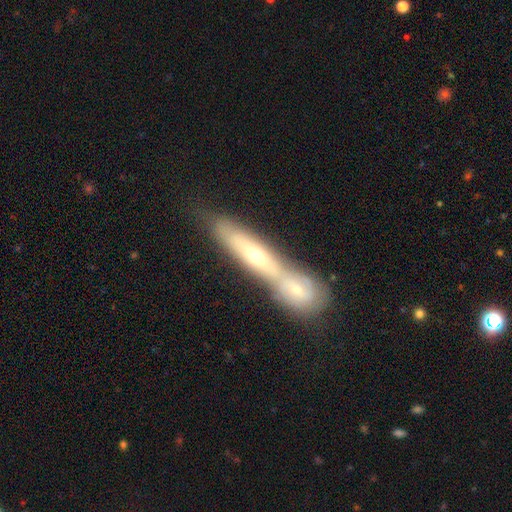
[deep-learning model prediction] This appears to be a featured or disk galaxy (57%) viewed edge-on (63%). Merging: merger (54%).